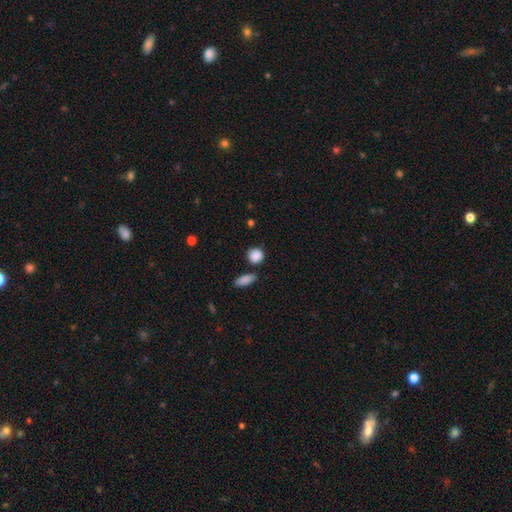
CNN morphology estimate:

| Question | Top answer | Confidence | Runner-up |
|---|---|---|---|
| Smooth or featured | smooth | 88% | star or artifact (8%) |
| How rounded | round | 82% | in between (16%) |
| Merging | none | 78% | minor disturbance (12%) |